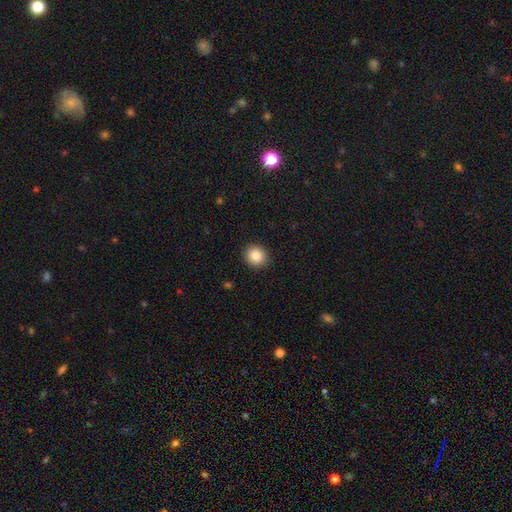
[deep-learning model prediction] Smooth or featured? Predicted: smooth (p=0.87). How rounded? Predicted: round (p=0.89). Merging? Predicted: none (p=0.91).